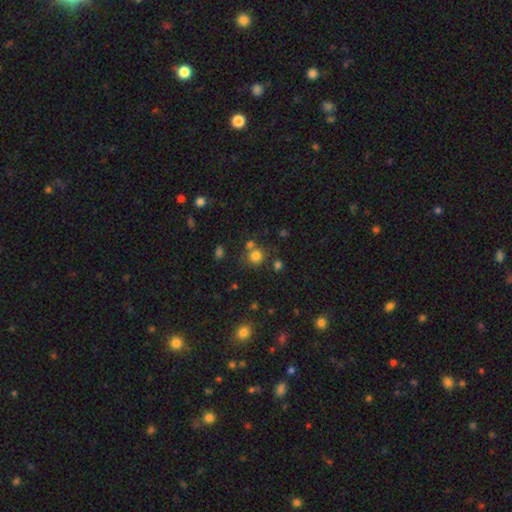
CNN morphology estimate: smooth 78%, star or artifact 15%, featured or disk 6%. Down the decision tree: how rounded — round (88%); merging — none (68%).